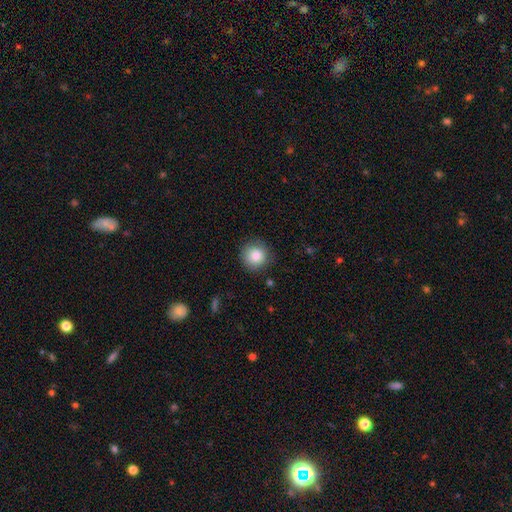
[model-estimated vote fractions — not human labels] smooth-or-featured: smooth: 85% | star or artifact: 9% | featured or disk: 6%
  how-rounded: round: 94% | in between: 5% | cigar-shaped: 1%
  merging: none: 86% | minor disturbance: 10% | major disturbance: 3% | merger: 1%